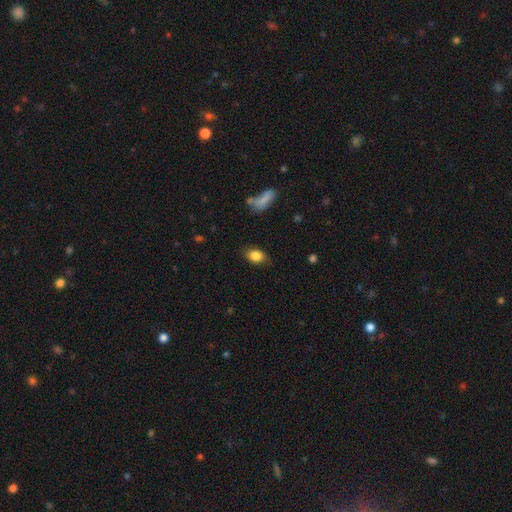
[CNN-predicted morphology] This appears to be a smooth galaxy with no disk features (85%) that is in between round and cigar-shaped (83%). Merging: none (82%).